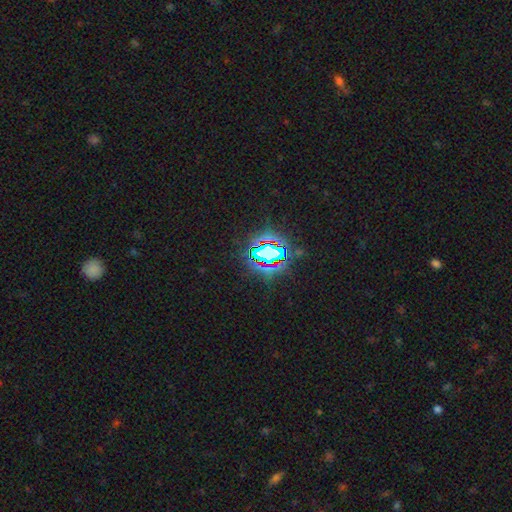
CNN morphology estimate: smooth_or_featured: star or artifact (p=0.79) [alt: smooth p=0.13]